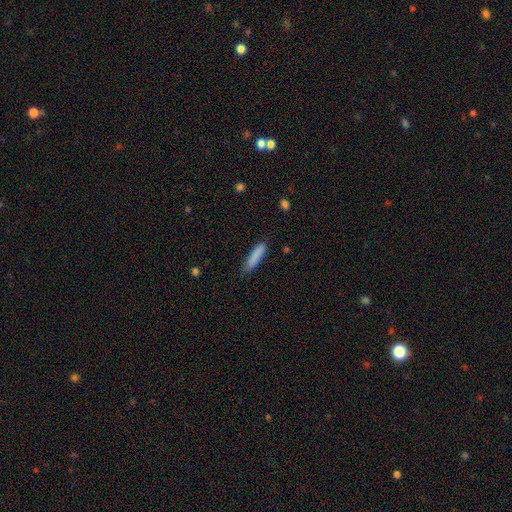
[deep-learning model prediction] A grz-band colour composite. It shows a smooth galaxy with no disk features (86%) that is cigar-shaped (81%). Merging: none (77%).